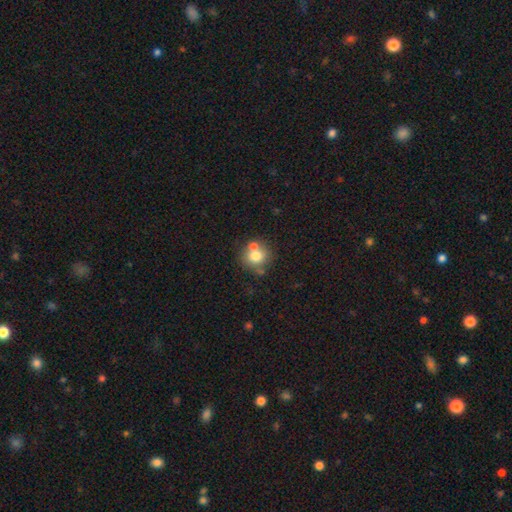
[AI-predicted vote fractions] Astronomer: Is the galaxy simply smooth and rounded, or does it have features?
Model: smooth — 73%.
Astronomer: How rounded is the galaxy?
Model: round — 85%.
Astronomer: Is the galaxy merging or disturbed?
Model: none — 58%.